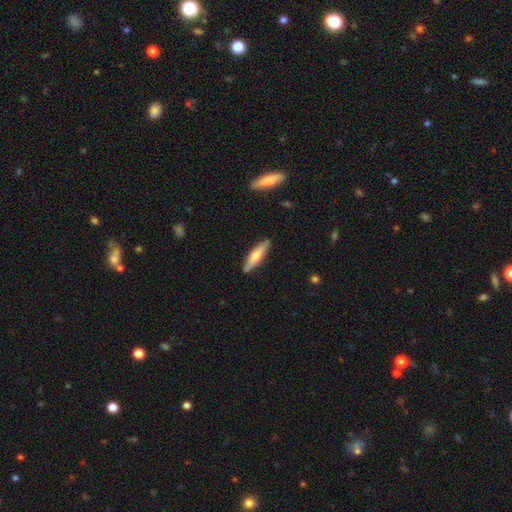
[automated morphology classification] smooth_or_featured: smooth (p=0.59) [alt: featured or disk p=0.36]
how_rounded: cigar-shaped (p=0.75) [alt: in between p=0.24]
merging: none (p=0.88) [alt: minor disturbance p=0.09]